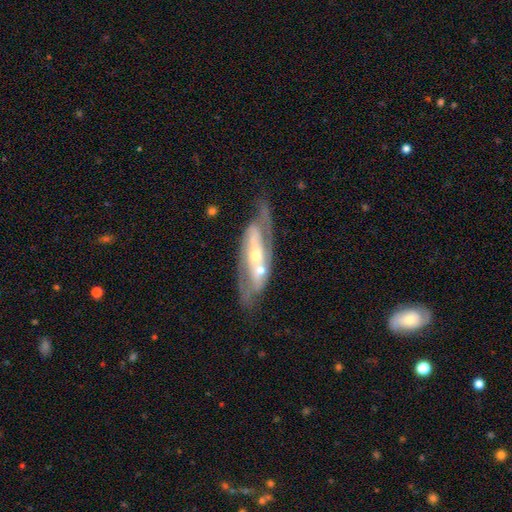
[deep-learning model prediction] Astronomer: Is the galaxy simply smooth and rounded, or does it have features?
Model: featured or disk — 81%.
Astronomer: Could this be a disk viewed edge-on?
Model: no — 85%.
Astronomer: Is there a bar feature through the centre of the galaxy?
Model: no — 45% (runner-up: strong, 29%).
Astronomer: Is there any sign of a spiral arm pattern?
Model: yes — 81%.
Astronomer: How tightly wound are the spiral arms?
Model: medium — 42% (runner-up: tight, 38%).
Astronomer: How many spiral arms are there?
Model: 2 — 74%.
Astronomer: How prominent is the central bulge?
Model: small — 50% (runner-up: moderate, 44%).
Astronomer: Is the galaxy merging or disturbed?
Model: none — 52%.